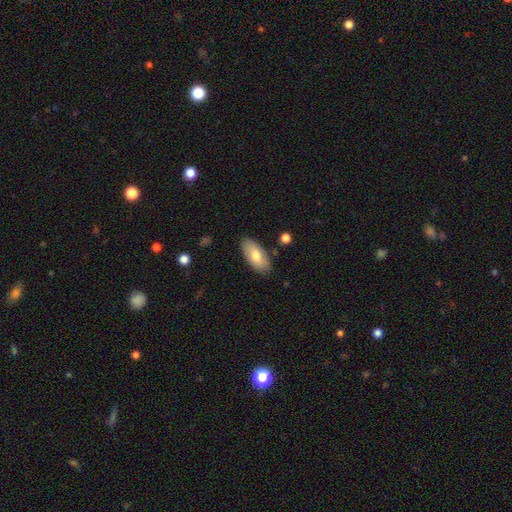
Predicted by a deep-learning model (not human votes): Smooth or featured?
  - smooth: 74% *
  - featured or disk: 21%
  - star or artifact: 6%
How rounded?
  - in between: 92% *
  - cigar-shaped: 6%
  - round: 2%
Merging?
  - none: 85% *
  - minor disturbance: 11%
  - major disturbance: 2%
  - merger: 2%